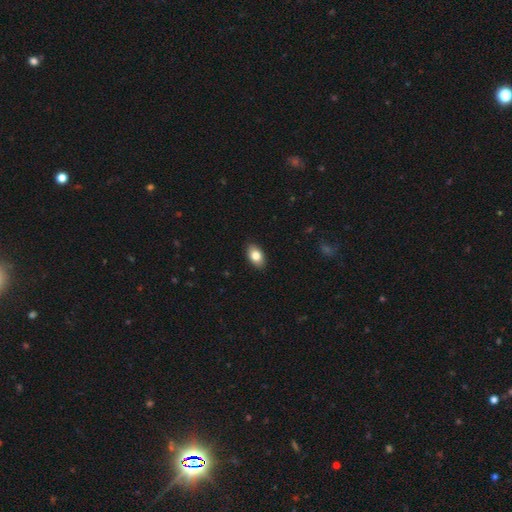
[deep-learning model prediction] Smooth or featured: smooth — 81% (featured or disk — 11%)
How rounded: in between — 91% (round — 7%)
Merging: none — 89% (minor disturbance — 8%)